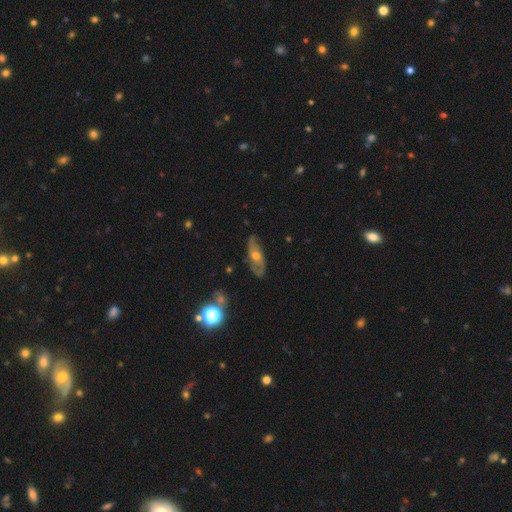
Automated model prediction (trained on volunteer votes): Smooth or featured? Predicted: featured or disk (p=0.68). Edge-on disk? Predicted: no (p=0.81). Bar? Predicted: no (p=0.67). Spiral arms? Predicted: yes (p=0.77). Bulge size? Predicted: moderate (p=0.67). Merging? Predicted: none (p=0.77).